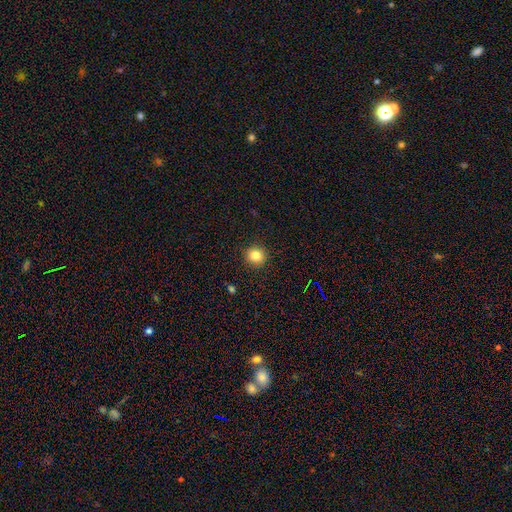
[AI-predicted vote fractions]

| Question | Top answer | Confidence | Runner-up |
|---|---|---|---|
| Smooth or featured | smooth | 84% | star or artifact (11%) |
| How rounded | round | 92% | in between (7%) |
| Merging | none | 91% | minor disturbance (6%) |